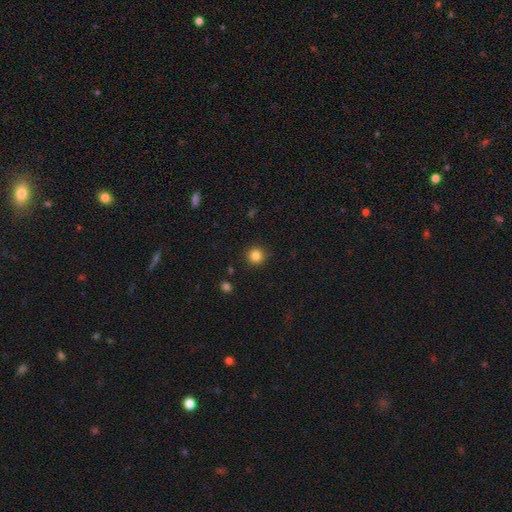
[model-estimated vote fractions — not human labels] Overall: smooth (84%). How rounded: round (94%). Merging: none (90%).